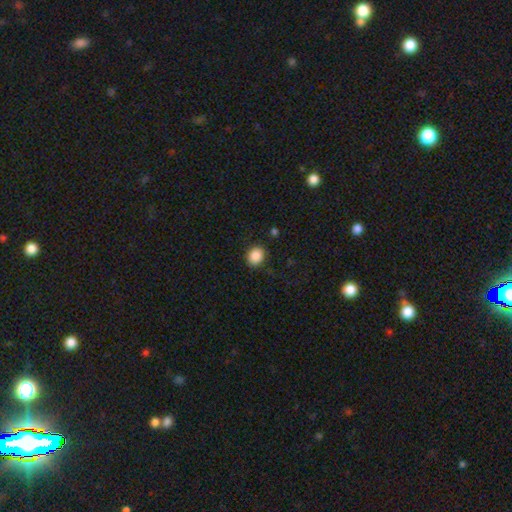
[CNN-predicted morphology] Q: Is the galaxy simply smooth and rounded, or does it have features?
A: smooth — 88%.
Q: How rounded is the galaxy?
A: round — 54%.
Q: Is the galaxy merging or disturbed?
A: none — 87%.